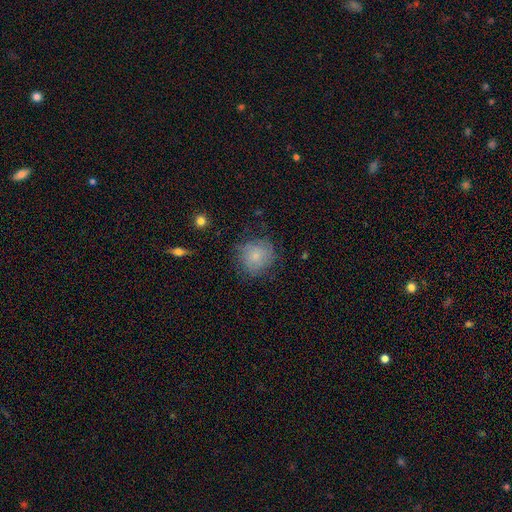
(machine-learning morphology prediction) Smooth or featured: smooth — 67% (featured or disk — 24%)
How rounded: round — 87% (in between — 13%)
Merging: none — 67% (minor disturbance — 22%)